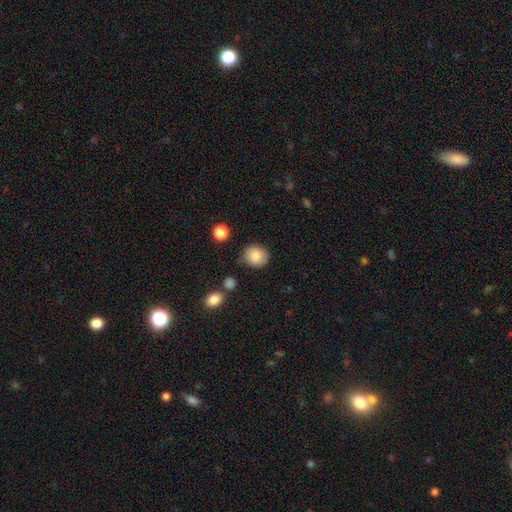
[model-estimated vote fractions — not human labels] A smooth galaxy with no disk features (84%) that is round (76%). Merging: none (80%).